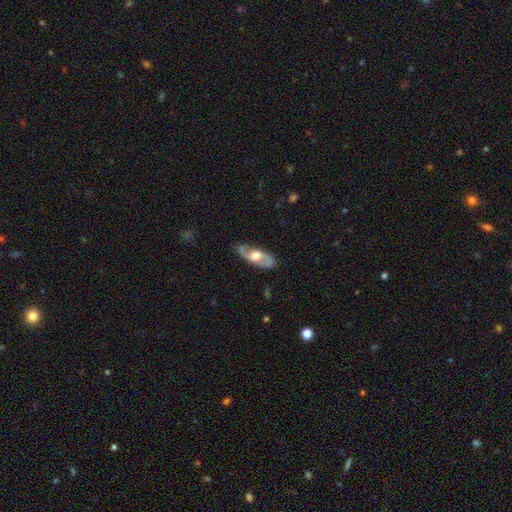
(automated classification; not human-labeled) smooth_or_featured: featured or disk (p=0.73) [alt: smooth p=0.22]
disk_edge_on: no (p=0.81) [alt: yes p=0.19]
bar: no (p=0.51) [alt: weak p=0.38]
has_spiral_arms: yes (p=0.80) [alt: no p=0.20]
bulge_size: large (p=0.44) [alt: moderate p=0.42]
merging: none (p=0.80) [alt: minor disturbance p=0.14]